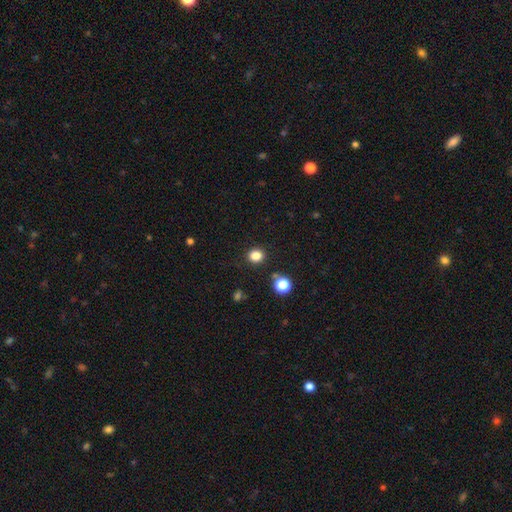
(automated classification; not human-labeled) A smooth galaxy with no disk features (83%) that is round (76%).

Vote fractions:
- Smooth or featured? smooth: 83% / star or artifact: 13% / featured or disk: 4%
- How rounded? round: 76% / in between: 23% / cigar-shaped: 1%
- Merging? none: 88% / minor disturbance: 7% / merger: 3% / major disturbance: 2%